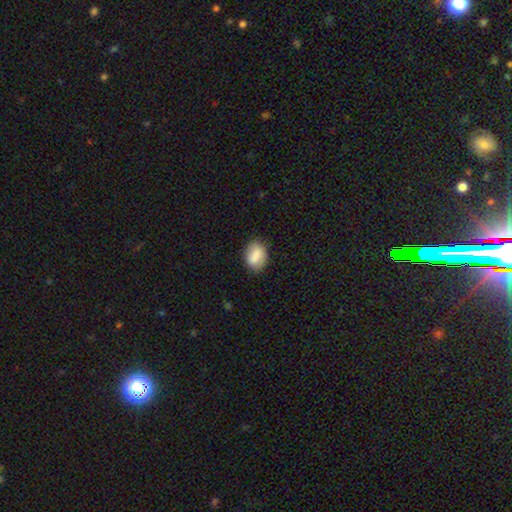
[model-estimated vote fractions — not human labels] smooth-or-featured: smooth: 82% | featured or disk: 11% | star or artifact: 7%
  how-rounded: in between: 75% | round: 23% | cigar-shaped: 2%
  merging: none: 79% | minor disturbance: 16% | major disturbance: 4% | merger: 1%